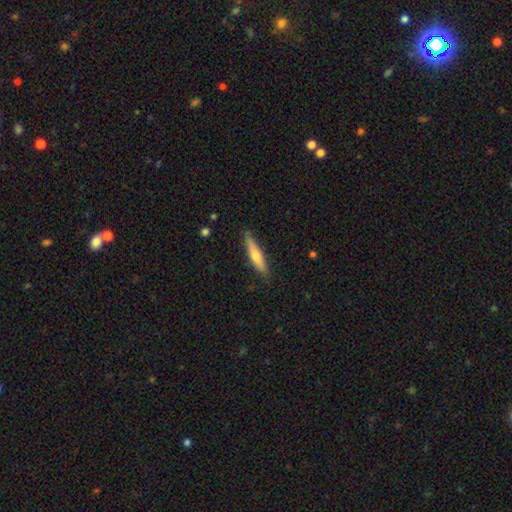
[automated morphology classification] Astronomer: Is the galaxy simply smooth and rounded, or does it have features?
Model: smooth — 53% (runner-up: featured or disk, 41%).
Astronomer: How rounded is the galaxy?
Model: cigar-shaped — 89%.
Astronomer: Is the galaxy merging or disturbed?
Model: none — 87%.